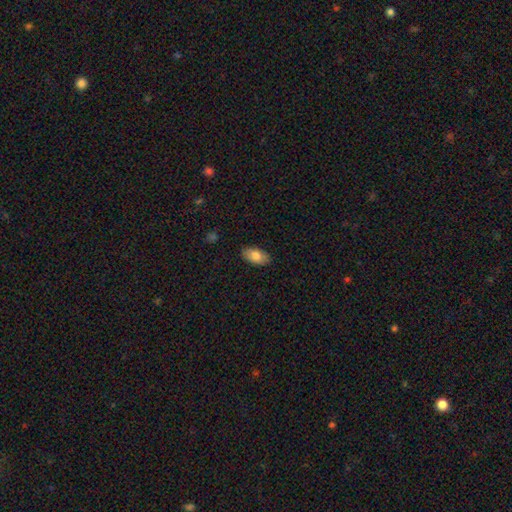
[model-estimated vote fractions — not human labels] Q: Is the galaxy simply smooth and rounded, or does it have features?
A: smooth — 82%.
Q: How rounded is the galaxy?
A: in between — 94%.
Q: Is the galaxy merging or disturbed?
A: none — 88%.